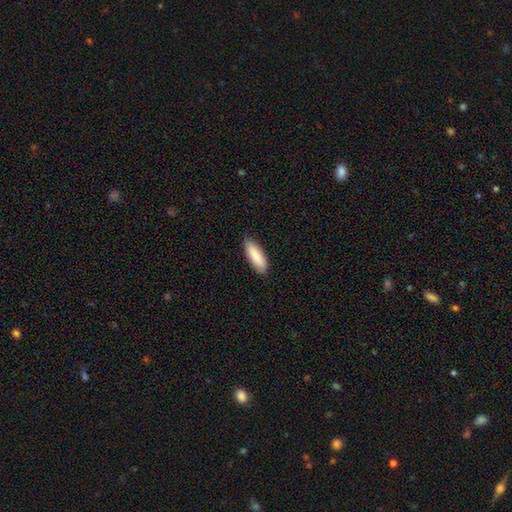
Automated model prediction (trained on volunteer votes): A smooth galaxy with no disk features (87%) that is in between round and cigar-shaped (59%).

Vote fractions:
- Smooth or featured? smooth: 87% / featured or disk: 7% / star or artifact: 5%
- How rounded? in between: 59% / cigar-shaped: 40% / round: 1%
- Merging? none: 84% / minor disturbance: 13% / major disturbance: 2% / merger: 1%